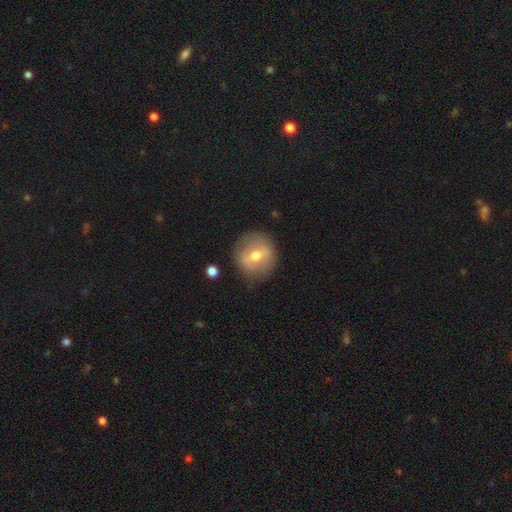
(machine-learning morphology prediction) smooth 51%, featured or disk 42%, star or artifact 7%. Down the decision tree: how rounded — round (86%); merging — none (79%).